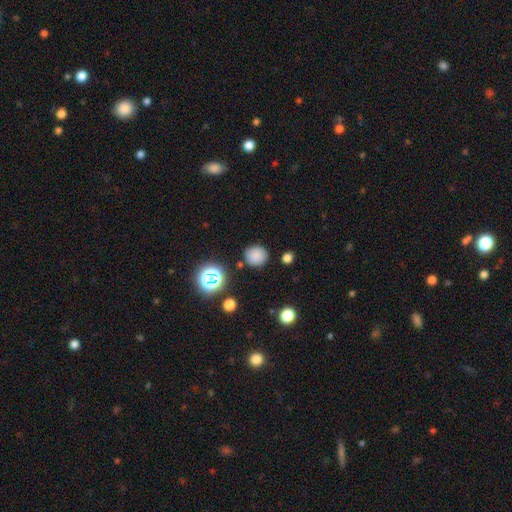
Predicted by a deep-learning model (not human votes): Smooth or featured? smooth (79%)
How rounded? round (88%)
Merging? none (83%)